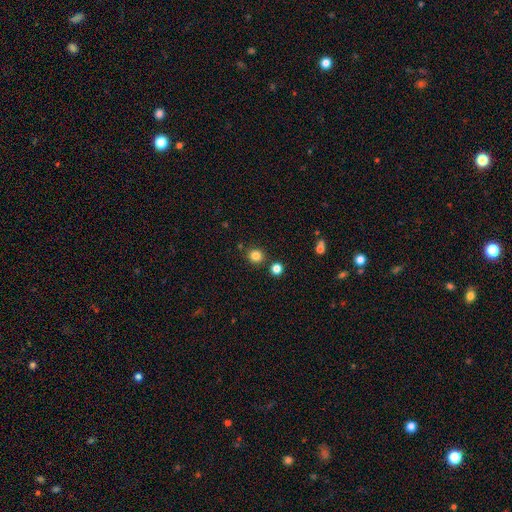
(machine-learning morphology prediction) This is clearly a smooth galaxy (83%). How rounded: clearly round (92%). Merging: clearly none (85%).